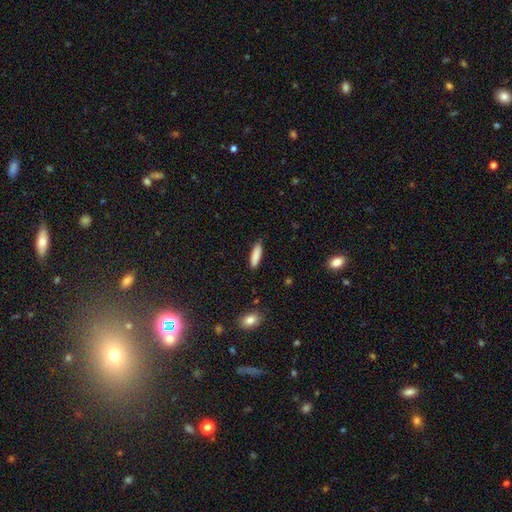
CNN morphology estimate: Smooth or featured? Predicted: smooth (p=0.87). How rounded? Predicted: cigar-shaped (p=0.68). Merging? Predicted: none (p=0.85).